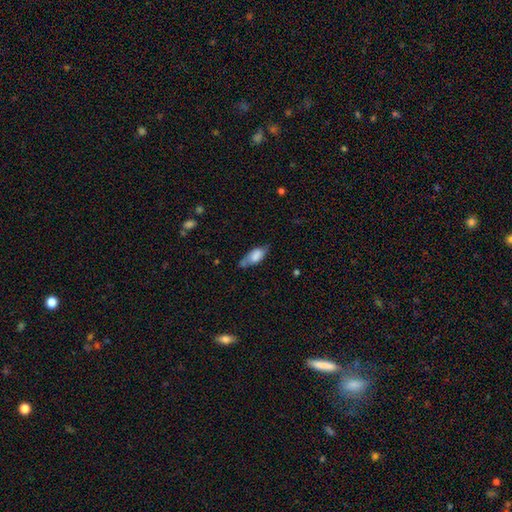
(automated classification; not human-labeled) Smooth or featured? smooth (68%)
How rounded? in between (78%)
Merging? none (54%)